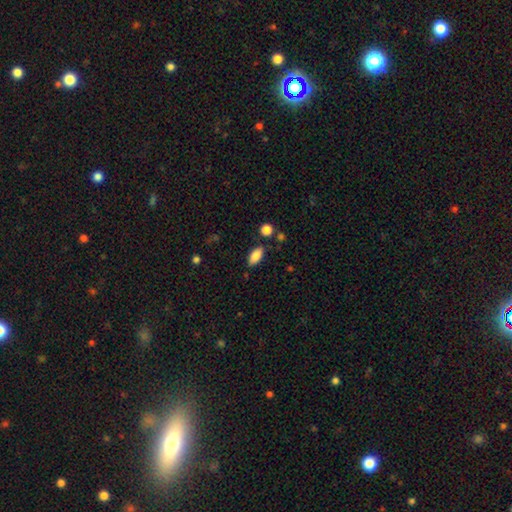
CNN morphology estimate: smooth-or-featured: smooth: 86% | star or artifact: 7% | featured or disk: 6%
  how-rounded: in between: 90% | cigar-shaped: 7% | round: 3%
  merging: none: 81% | minor disturbance: 12% | merger: 3% | major disturbance: 3%